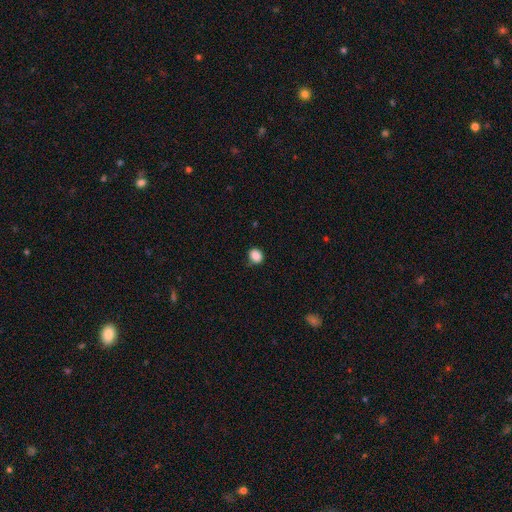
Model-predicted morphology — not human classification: Smooth or featured?
  - smooth: 88% *
  - star or artifact: 9%
  - featured or disk: 3%
How rounded?
  - round: 59% *
  - in between: 40%
  - cigar-shaped: 1%
Merging?
  - none: 80% *
  - minor disturbance: 16%
  - major disturbance: 3%
  - merger: 1%